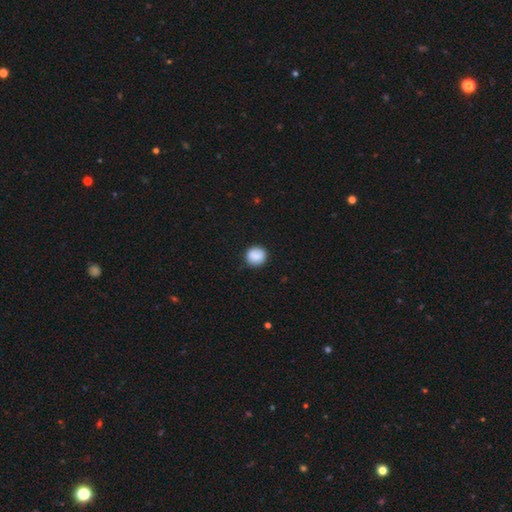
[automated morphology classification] smooth 88%, star or artifact 8%, featured or disk 5%. Down the decision tree: how rounded — round (91%); merging — none (87%).